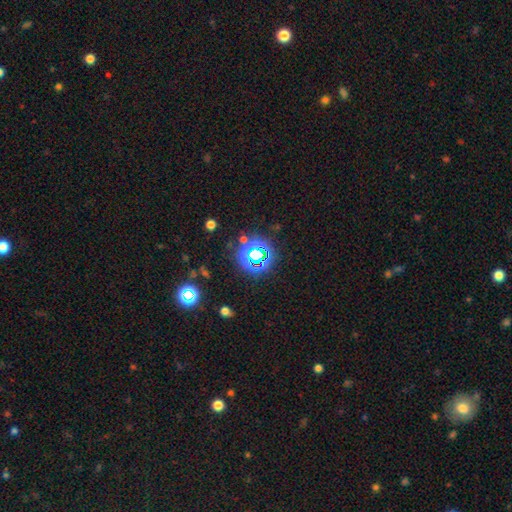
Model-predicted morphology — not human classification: This appears to be a star or artifact, not a galaxy (73%).